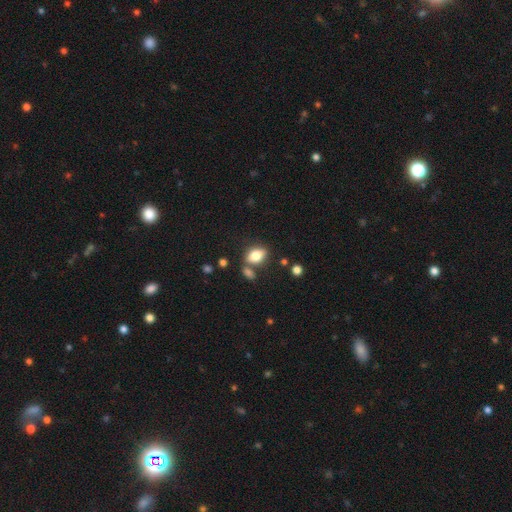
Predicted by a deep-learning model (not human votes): The model was most divided on "merging": none: 63%, merger: 19%, minor disturbance: 14%, major disturbance: 5%. More confident: how rounded — in between (83%); smooth or featured — smooth (80%).